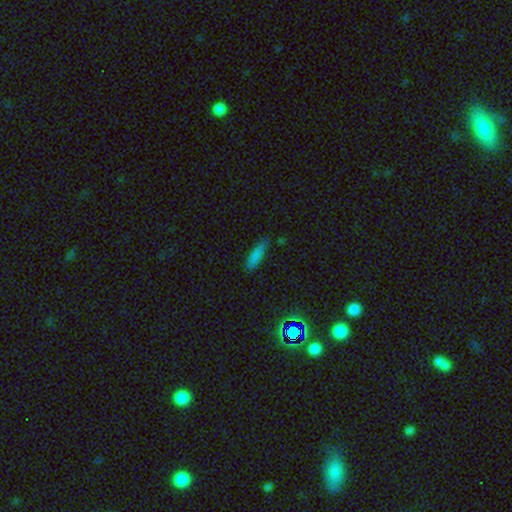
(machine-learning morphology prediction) This appears to be a smooth galaxy with no disk features (81%) that is cigar-shaped (65%). Merging: none (77%).